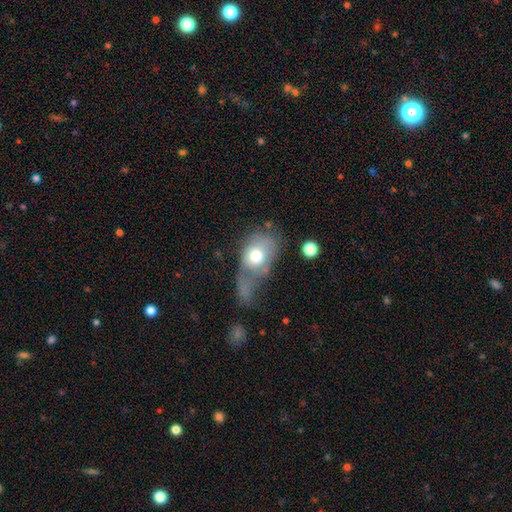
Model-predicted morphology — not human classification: Smooth or featured: smooth — 67% (featured or disk — 24%)
How rounded: in between — 72% (round — 26%)
Merging: major disturbance — 46% (minor disturbance — 20%)